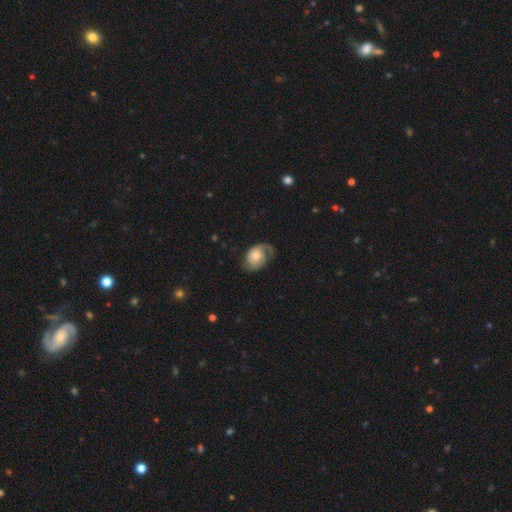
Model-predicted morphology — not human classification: The model was most divided on "spiral winding": medium: 37%, tight: 33%, loose: 31%. More confident: edge-on disk — no (96%); spiral arms — yes (89%); bar — no (77%); smooth or featured — featured or disk (64%); bulge size — moderate (56%); spiral arm count — 2 (56%); merging — none (55%).